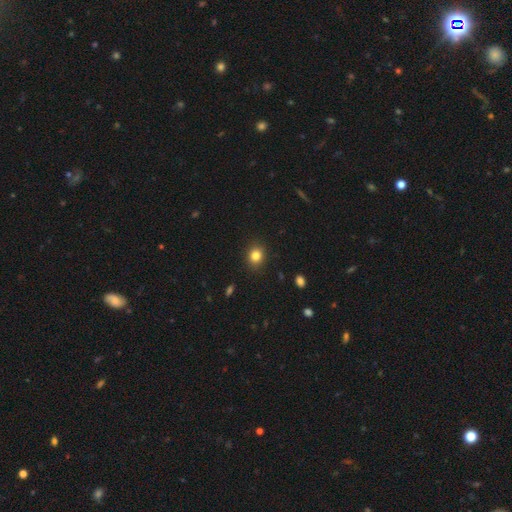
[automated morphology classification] Overall: smooth (83%). How rounded: round (73%). Merging: none (89%).